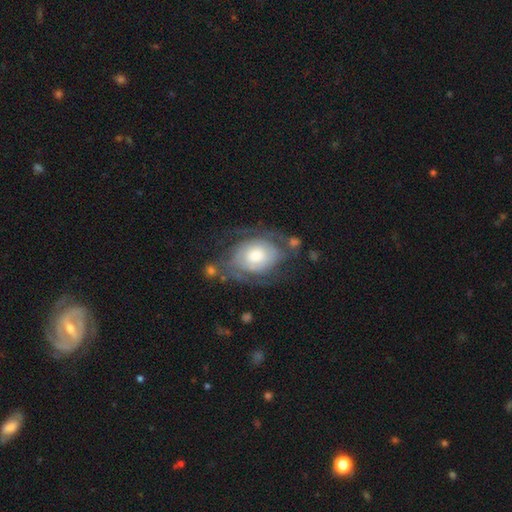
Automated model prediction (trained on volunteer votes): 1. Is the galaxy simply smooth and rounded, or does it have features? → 70% featured or disk, 24% smooth, 6% star or artifact.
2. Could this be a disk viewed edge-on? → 96% no, 4% yes.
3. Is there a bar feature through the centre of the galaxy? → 79% no, 17% weak, 4% strong.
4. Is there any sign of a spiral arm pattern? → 79% yes, 21% no.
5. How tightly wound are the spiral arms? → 58% tight, 29% medium, 13% loose.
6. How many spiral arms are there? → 41% can't tell, 36% 2, 9% 3, 6% 1, 4% 4, 3% more than 4.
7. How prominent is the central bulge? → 55% moderate, 23% small, 19% large, 2% dominant, 2% none.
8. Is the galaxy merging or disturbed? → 54% none, 23% minor disturbance, 18% major disturbance, 5% merger.